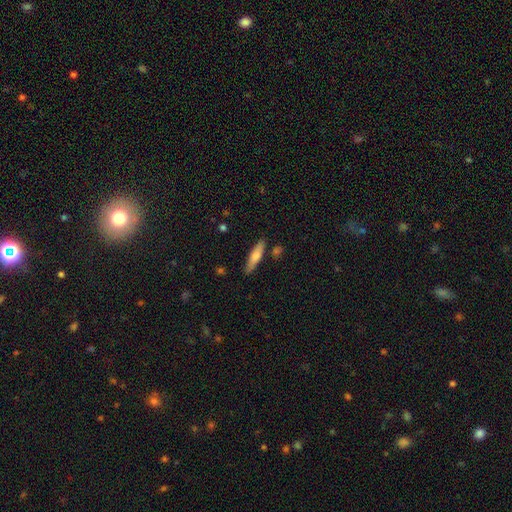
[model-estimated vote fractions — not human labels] Smooth or featured?
  - smooth: 65% *
  - featured or disk: 29%
  - star or artifact: 6%
How rounded?
  - cigar-shaped: 80% *
  - in between: 18%
  - round: 2%
Merging?
  - none: 84% *
  - minor disturbance: 10%
  - merger: 4%
  - major disturbance: 2%